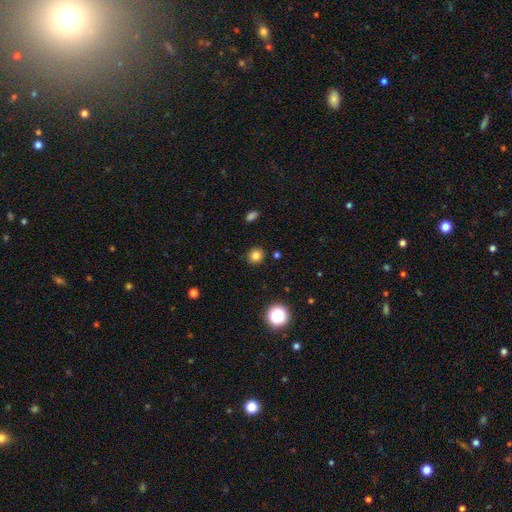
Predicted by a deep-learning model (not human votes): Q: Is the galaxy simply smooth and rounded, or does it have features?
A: smooth — 81%.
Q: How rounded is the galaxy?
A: round — 87%.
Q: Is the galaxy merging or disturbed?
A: none — 89%.